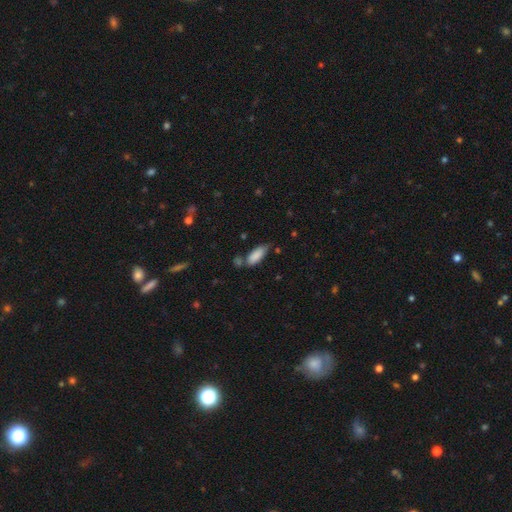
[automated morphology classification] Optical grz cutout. It shows a smooth galaxy with no disk features (86%) that is in between round and cigar-shaped (73%). Merging: none (58%).